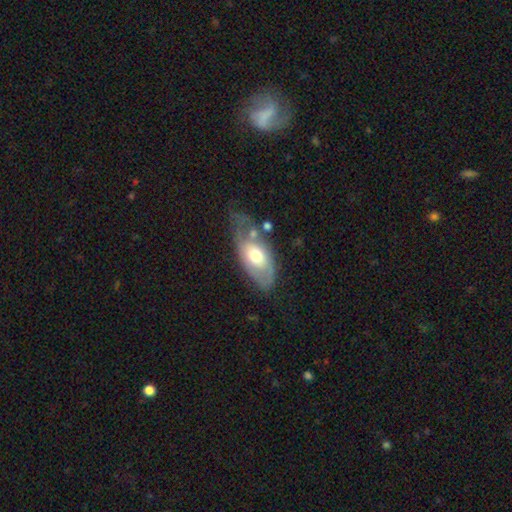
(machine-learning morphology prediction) A featured or disk galaxy (51%). Merging: none (38%).